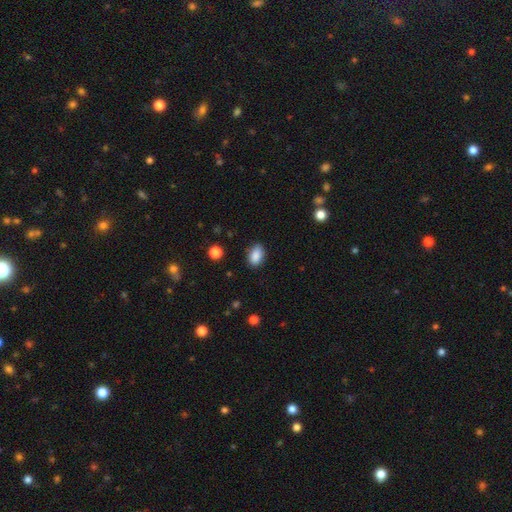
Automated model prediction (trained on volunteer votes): Morphology: type=smooth (88%); roundness=in between (88%); merging=none (84%).